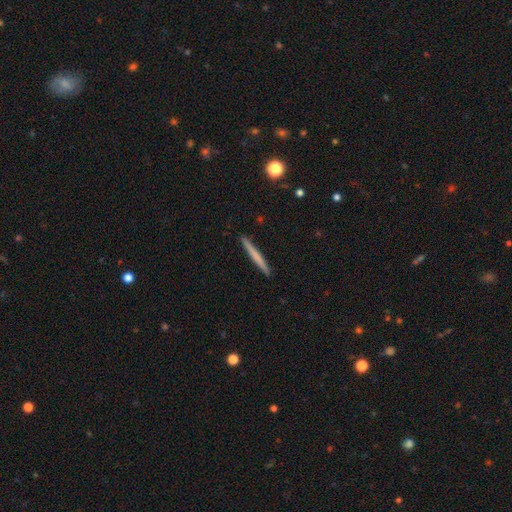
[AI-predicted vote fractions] Overall: smooth (61%; featured or disk 34%). How rounded: cigar-shaped (97%). Merging: none (92%).